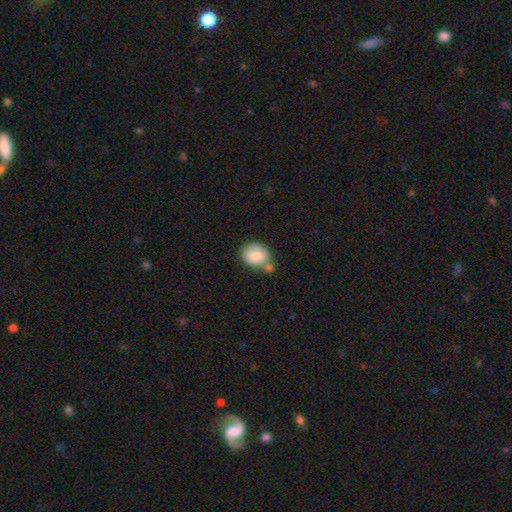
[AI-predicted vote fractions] The model was most divided on "how rounded": in between: 51%, round: 48%, cigar-shaped: 1%. Remaining: smooth or featured — smooth (83%); merging — none (48%).